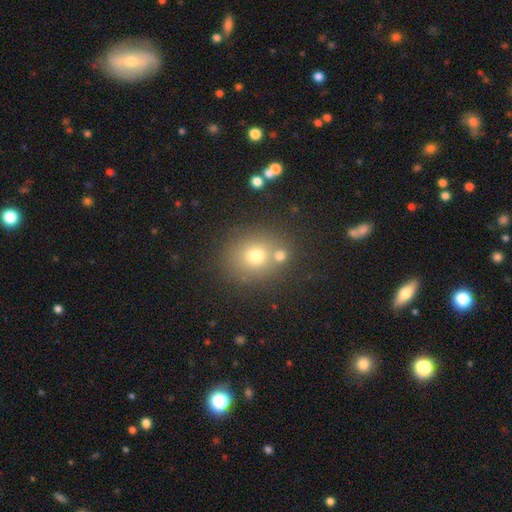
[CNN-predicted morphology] The model was most divided on "merging": none: 67%, merger: 19%, minor disturbance: 10%, major disturbance: 4%. More confident: how rounded — round (78%); smooth or featured — smooth (71%).